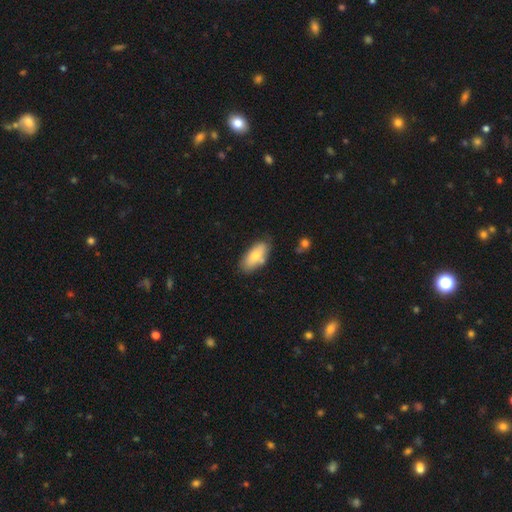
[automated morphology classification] Smooth or featured: smooth — 76% (featured or disk — 18%)
How rounded: in between — 88% (cigar-shaped — 9%)
Merging: none — 70% (minor disturbance — 20%)